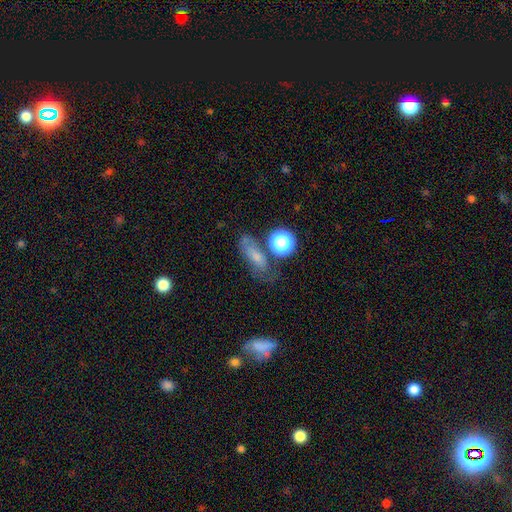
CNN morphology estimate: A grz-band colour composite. It shows a smooth galaxy with no disk features (62%) that is in between round and cigar-shaped (61%). Merging: none (53%).